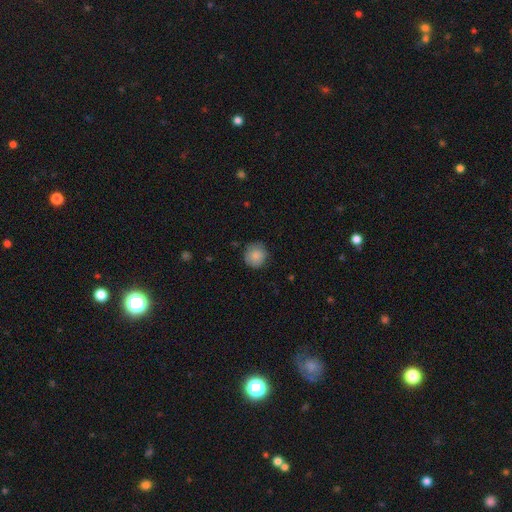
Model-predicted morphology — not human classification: The model was most divided on "merging": none: 82%, minor disturbance: 14%, major disturbance: 3%, merger: 1%. More confident: how rounded — round (92%); smooth or featured — smooth (85%).